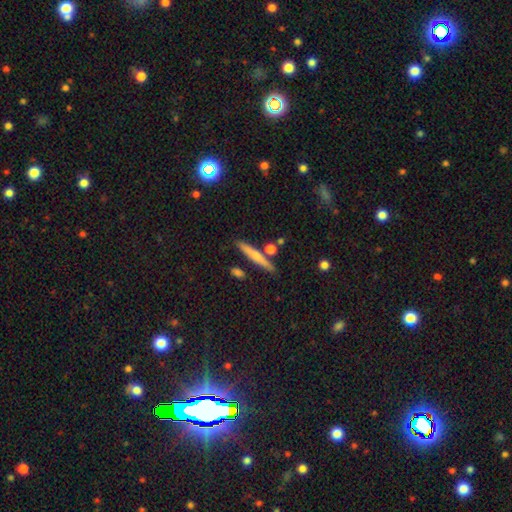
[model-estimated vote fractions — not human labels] Morphology: type=smooth (60%); roundness=cigar-shaped (92%); merging=none (81%).